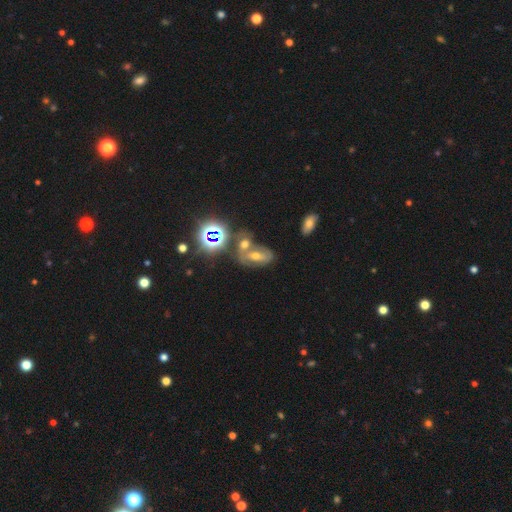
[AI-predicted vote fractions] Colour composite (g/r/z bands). It shows a star or artifact, not a galaxy (38%).